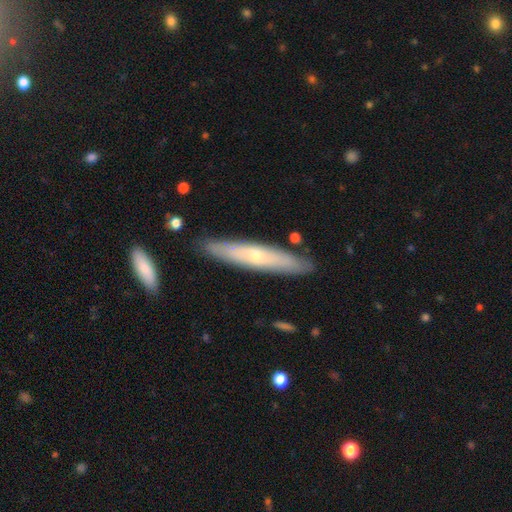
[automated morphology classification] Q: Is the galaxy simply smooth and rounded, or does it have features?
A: featured or disk — 51%.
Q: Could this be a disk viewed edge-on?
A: yes — 77%.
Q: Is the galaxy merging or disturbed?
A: none — 86%.